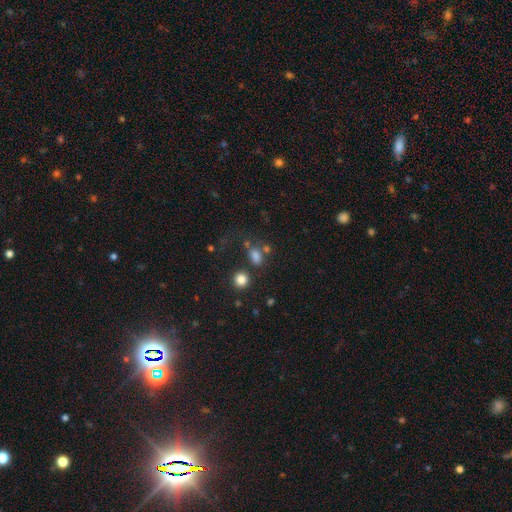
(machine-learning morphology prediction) Smooth or featured: smooth — 77% (star or artifact — 16%)
How rounded: in between — 63% (round — 35%)
Merging: none — 58% (merger — 18%)